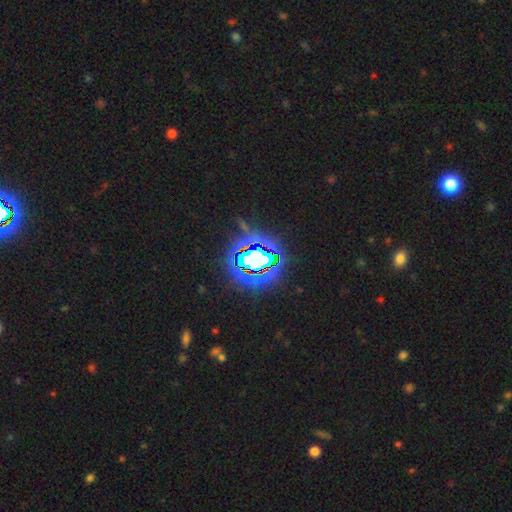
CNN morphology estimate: Smooth or featured? Predicted: star or artifact (p=0.75).